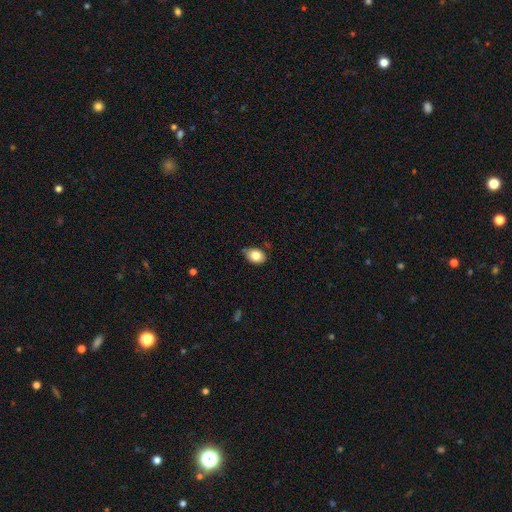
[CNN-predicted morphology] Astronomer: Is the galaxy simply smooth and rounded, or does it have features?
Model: smooth — 81%.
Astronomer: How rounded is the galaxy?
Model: in between — 72%.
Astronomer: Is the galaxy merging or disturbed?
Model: none — 71%.